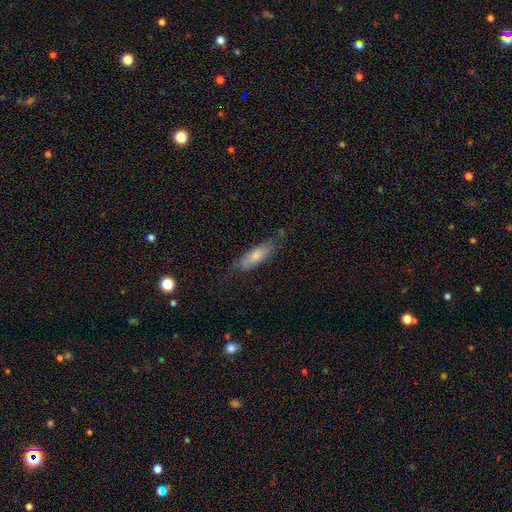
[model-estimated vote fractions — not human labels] A smooth galaxy with no disk features (59%) that is in between round and cigar-shaped (52%).

Vote fractions:
- Smooth or featured? smooth: 59% / featured or disk: 34% / star or artifact: 7%
- How rounded? in between: 52% / cigar-shaped: 46% / round: 2%
- Merging? none: 64% / minor disturbance: 25% / major disturbance: 8% / merger: 2%